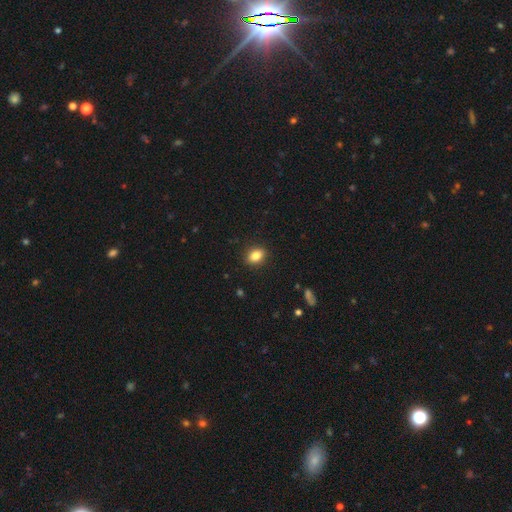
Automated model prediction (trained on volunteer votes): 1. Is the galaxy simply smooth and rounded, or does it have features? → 85% smooth, 9% star or artifact, 6% featured or disk.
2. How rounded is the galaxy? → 74% in between, 24% round, 2% cigar-shaped.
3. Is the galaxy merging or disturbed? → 89% none, 8% minor disturbance, 2% major disturbance, 1% merger.